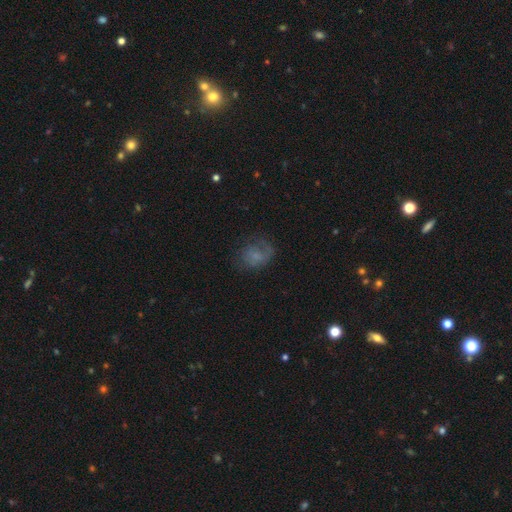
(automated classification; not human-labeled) This appears to be a smooth galaxy with no disk features (47%). Merging: none (51%).